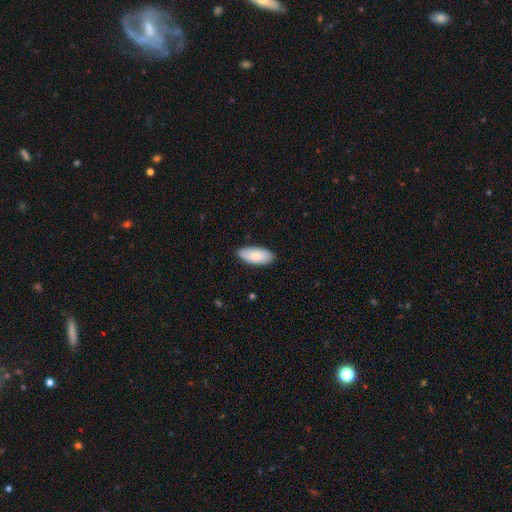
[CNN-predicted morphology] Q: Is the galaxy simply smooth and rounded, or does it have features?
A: smooth — 84%.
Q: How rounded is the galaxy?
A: in between — 90%.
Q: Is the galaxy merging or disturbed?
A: none — 86%.